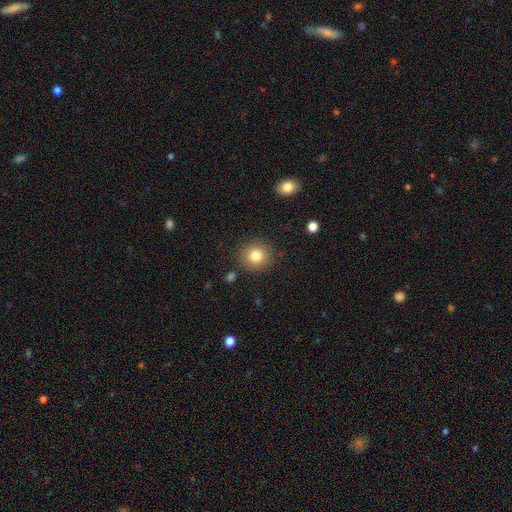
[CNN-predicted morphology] smooth-or-featured: smooth: 81% | star or artifact: 10% | featured or disk: 8%
  how-rounded: round: 90% | in between: 9% | cigar-shaped: 1%
  merging: none: 87% | minor disturbance: 8% | major disturbance: 3% | merger: 2%